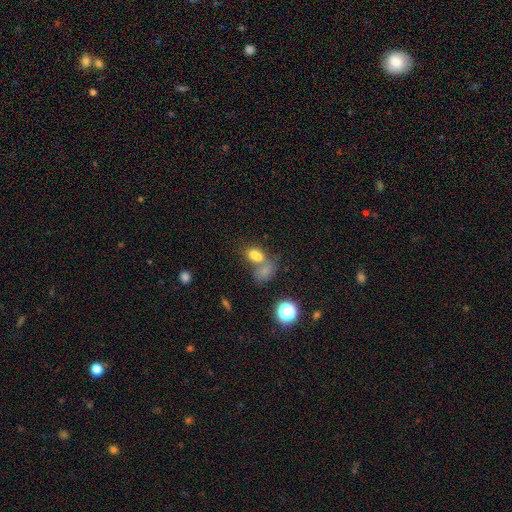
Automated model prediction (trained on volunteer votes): A smooth galaxy with no disk features (73%) that is in between round and cigar-shaped (71%). Merging: merger (58%).